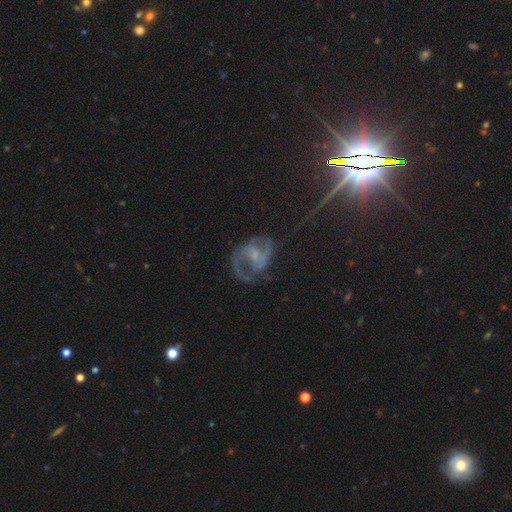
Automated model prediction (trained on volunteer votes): A featured or disk galaxy (76%) with a weak bar (45%), 2 (73%) medium (52%) spiral arms (88%) and a small central bulge (43%).

Vote fractions:
- Smooth or featured? featured or disk: 76% / smooth: 12% / star or artifact: 12%
- Edge-on disk? no: 98% / yes: 2%
- Bar? weak: 45% / no: 41% / strong: 14%
- Spiral arms? yes: 88% / no: 12%
- Spiral winding? medium: 52% / loose: 28% / tight: 20%
- Spiral arm count? 2: 73% / can't tell: 11% / 1: 8% / 3: 4% / 4: 2% / more than 4: 2%
- Bulge size? small: 43% / moderate: 27% / none: 25% / large: 4% / dominant: 1%
- Merging? none: 54% / major disturbance: 23% / minor disturbance: 20% / merger: 3%